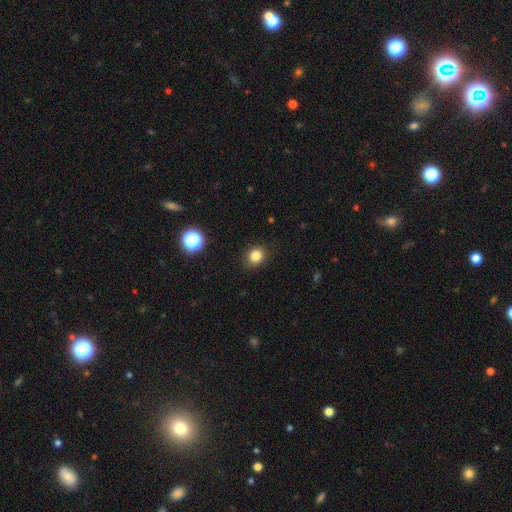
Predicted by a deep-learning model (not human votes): Smooth or featured? smooth (83%)
How rounded? round (76%)
Merging? none (86%)